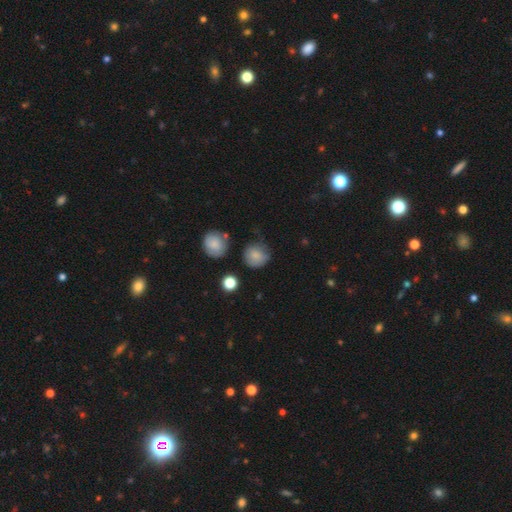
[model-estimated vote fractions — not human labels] Q: Smooth or featured?
A: smooth (81%); runner-up: star or artifact (10%)
Q: How rounded?
A: round (87%); runner-up: in between (12%)
Q: Merging?
A: none (65%); runner-up: minor disturbance (23%)